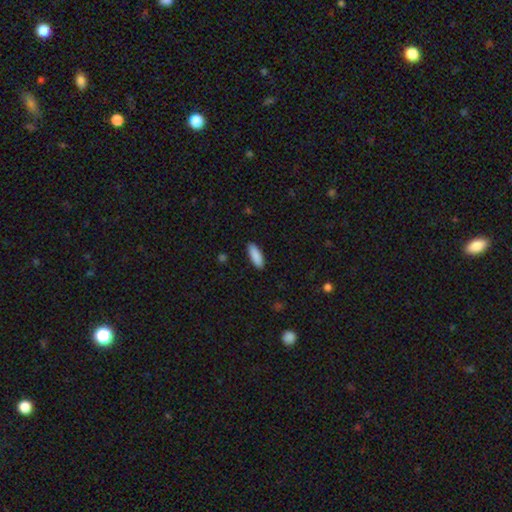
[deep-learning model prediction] Q: Smooth or featured?
A: smooth (89%); runner-up: star or artifact (6%)
Q: How rounded?
A: in between (63%); runner-up: cigar-shaped (35%)
Q: Merging?
A: none (89%); runner-up: minor disturbance (8%)